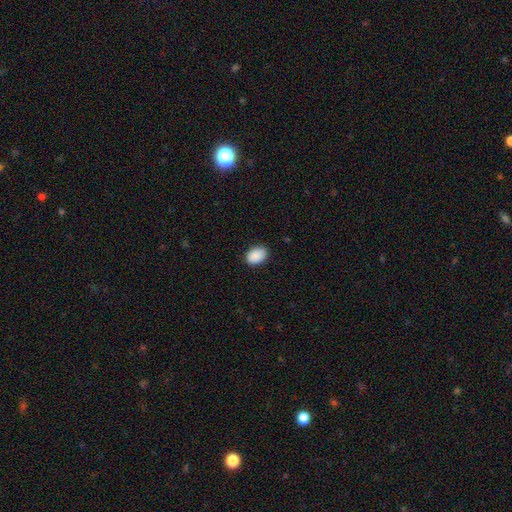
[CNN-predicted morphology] smooth-or-featured: smooth: 90% | star or artifact: 7% | featured or disk: 3%
  how-rounded: in between: 81% | round: 18% | cigar-shaped: 1%
  merging: none: 87% | minor disturbance: 10% | major disturbance: 2% | merger: 1%